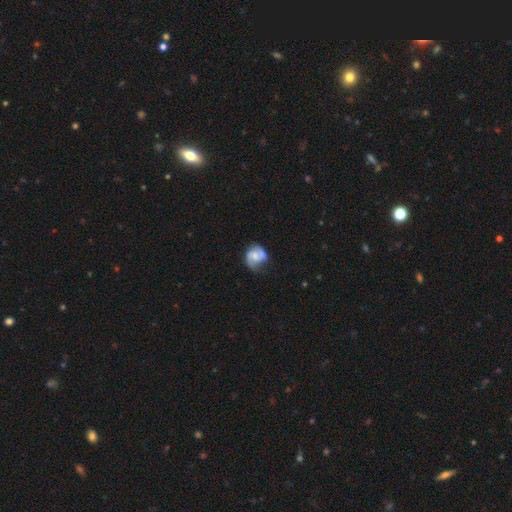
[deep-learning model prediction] A featured or disk galaxy (62%) with no bar (57%), 2 (77%) medium (45%) spiral arms (85%) and a moderate central bulge (38%, tied with small). Merging: none (50%).